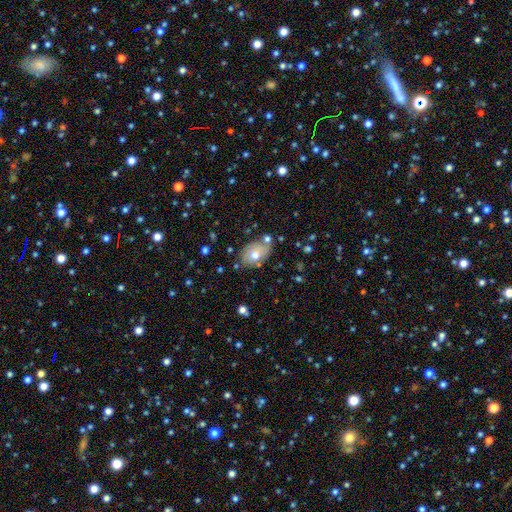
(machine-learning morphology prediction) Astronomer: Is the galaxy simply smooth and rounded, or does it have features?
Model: smooth — 64%.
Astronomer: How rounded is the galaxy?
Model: in between — 77%.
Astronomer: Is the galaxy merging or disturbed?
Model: none — 75%.